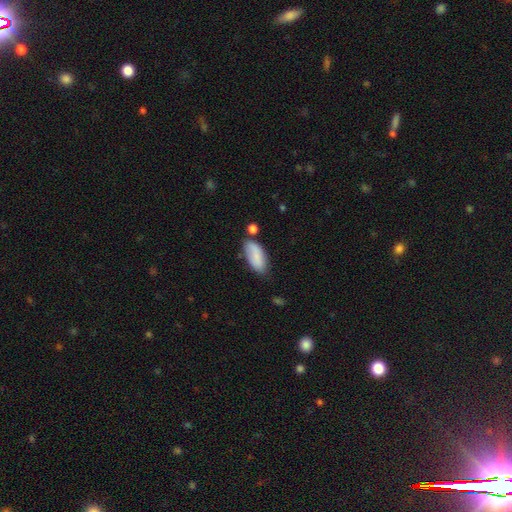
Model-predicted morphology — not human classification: smooth 81%, featured or disk 12%, star or artifact 7%. Down the decision tree: how rounded — in between (90%); merging — none (61%).